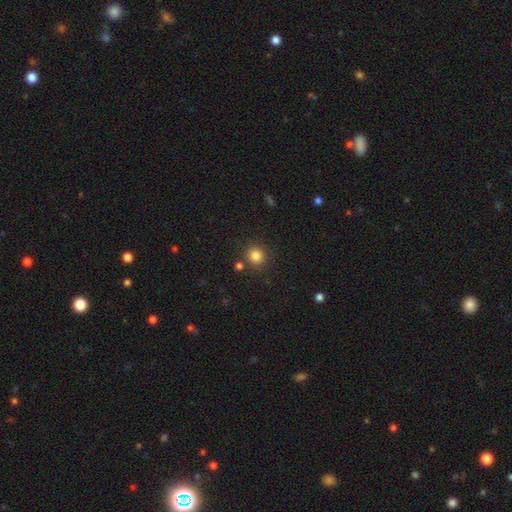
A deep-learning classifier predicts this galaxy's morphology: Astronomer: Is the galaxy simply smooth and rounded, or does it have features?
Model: smooth — 83%.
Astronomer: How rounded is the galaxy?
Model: round — 92%.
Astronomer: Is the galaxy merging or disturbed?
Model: none — 83%.